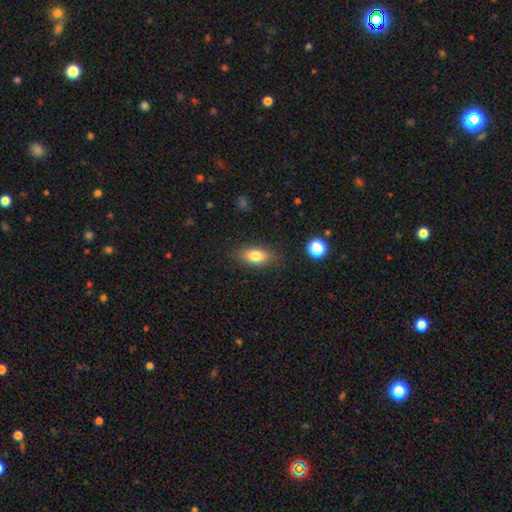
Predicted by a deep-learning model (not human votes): Smooth or featured? Predicted: smooth (p=0.78). How rounded? Predicted: in between (p=0.82). Merging? Predicted: none (p=0.82).